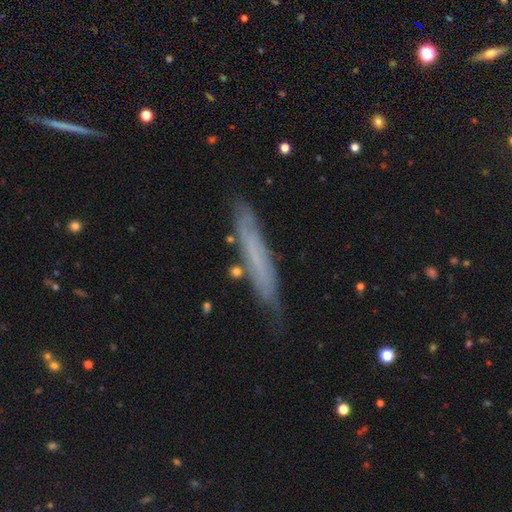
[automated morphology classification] smooth-or-featured: smooth: 52% | featured or disk: 40% | star or artifact: 8%
  how-rounded: cigar-shaped: 93% | in between: 5% | round: 1%
  merging: none: 77% | minor disturbance: 18% | major disturbance: 3% | merger: 2%